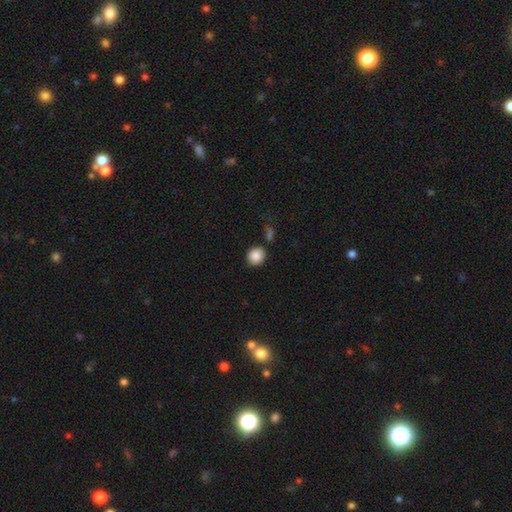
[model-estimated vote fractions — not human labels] Morphology: type=smooth (88%); roundness=round (77%); merging=none (80%).